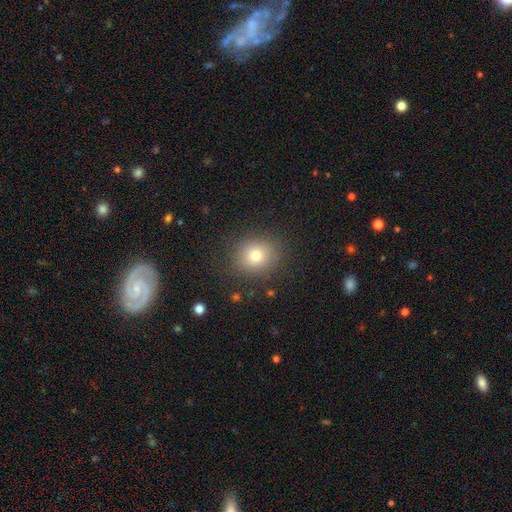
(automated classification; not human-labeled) Smooth or featured?
  - smooth: 76% *
  - star or artifact: 14%
  - featured or disk: 11%
How rounded?
  - round: 79% *
  - in between: 20%
  - cigar-shaped: 1%
Merging?
  - none: 87% *
  - minor disturbance: 9%
  - major disturbance: 4%
  - merger: 1%